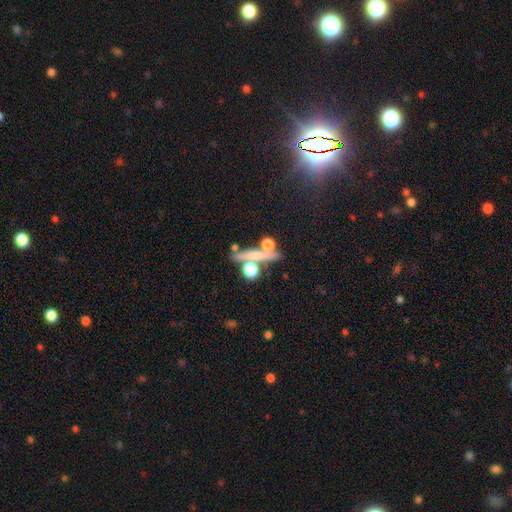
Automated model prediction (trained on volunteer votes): Smooth or featured: smooth — 51% (featured or disk — 32%)
How rounded: cigar-shaped — 57% (round — 25%)
Merging: none — 61% (merger — 20%)